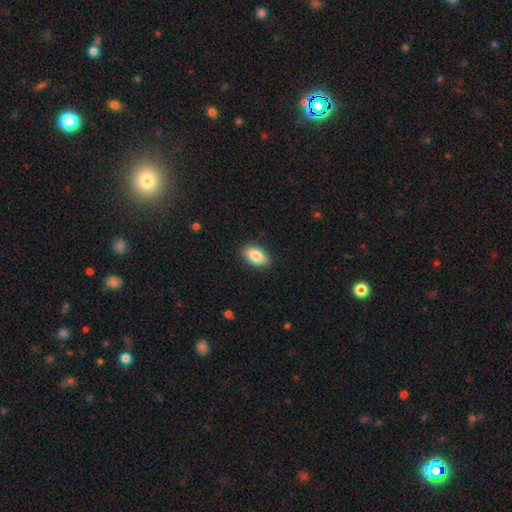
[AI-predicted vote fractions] Smooth or featured? Predicted: smooth (p=0.87). How rounded? Predicted: in between (p=0.93). Merging? Predicted: none (p=0.89).